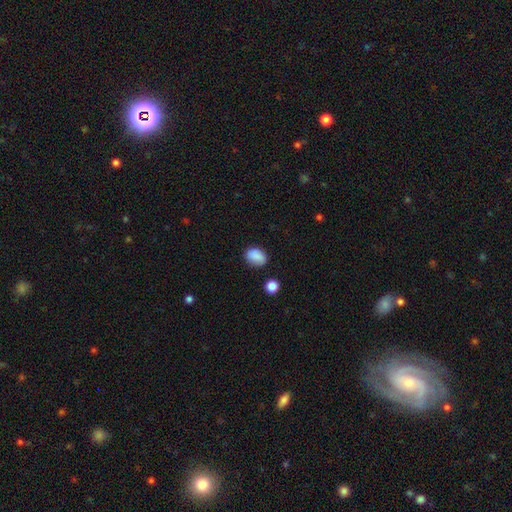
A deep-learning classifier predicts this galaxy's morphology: This appears to be a smooth galaxy with no disk features (87%) that is in between round and cigar-shaped (78%). Merging: none (80%).